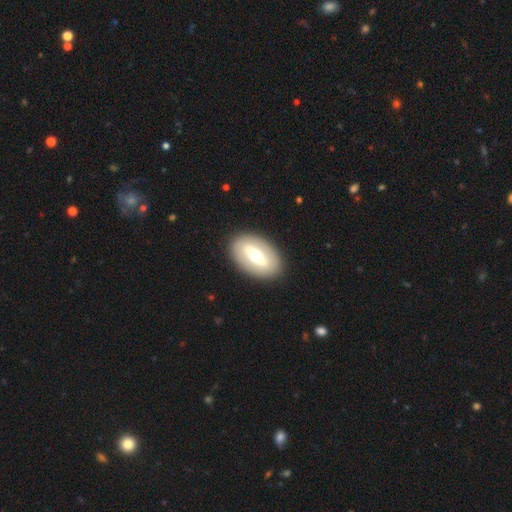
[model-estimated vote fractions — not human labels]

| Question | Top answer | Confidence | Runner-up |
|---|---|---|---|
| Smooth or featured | featured or disk | 55% | smooth (39%) |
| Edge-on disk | no | 77% | yes (23%) |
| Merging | none | 88% | minor disturbance (8%) |